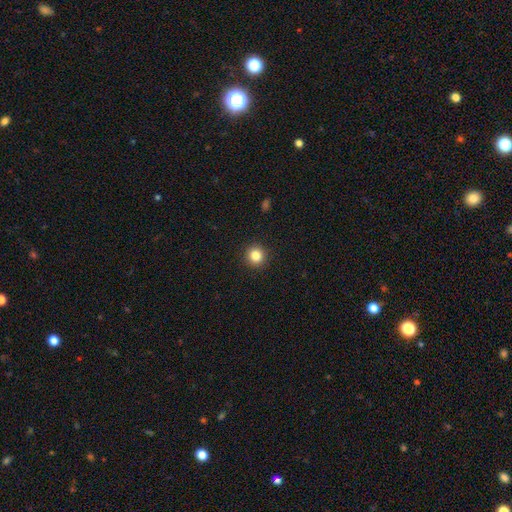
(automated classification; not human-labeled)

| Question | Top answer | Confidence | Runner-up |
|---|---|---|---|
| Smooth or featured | smooth | 84% | star or artifact (11%) |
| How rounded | round | 94% | in between (5%) |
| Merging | none | 93% | minor disturbance (5%) |